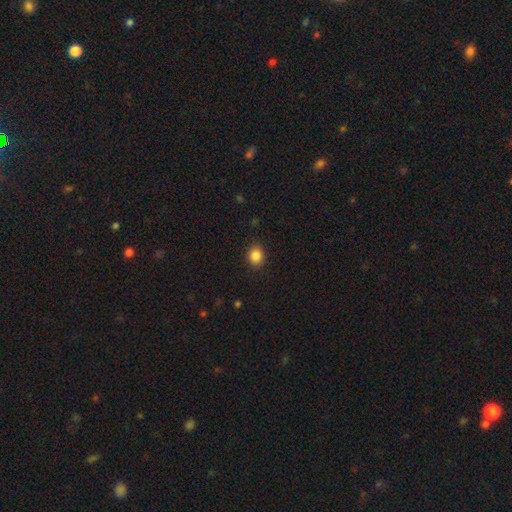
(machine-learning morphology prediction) Smooth or featured: smooth — 87% (star or artifact — 10%)
How rounded: round — 65% (in between — 34%)
Merging: none — 89% (minor disturbance — 8%)